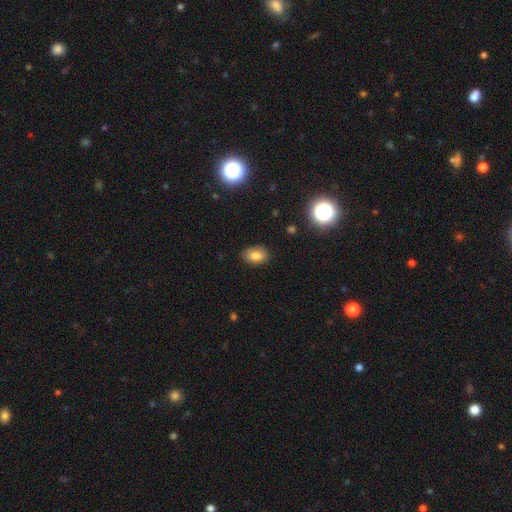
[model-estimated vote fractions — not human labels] Smooth or featured? smooth (80%)
How rounded? in between (86%)
Merging? none (82%)